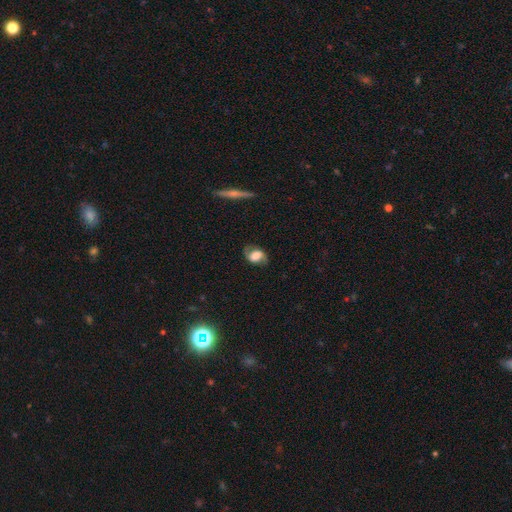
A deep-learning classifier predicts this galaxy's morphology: This is possibly a featured or disk galaxy (55%). It is clearly not viewed edge-on (93%). Bar: marginally no (44%). Spiral arm pattern: clearly yes (86%). Central bulge: possibly large (45%). Merging: likely none (72%).